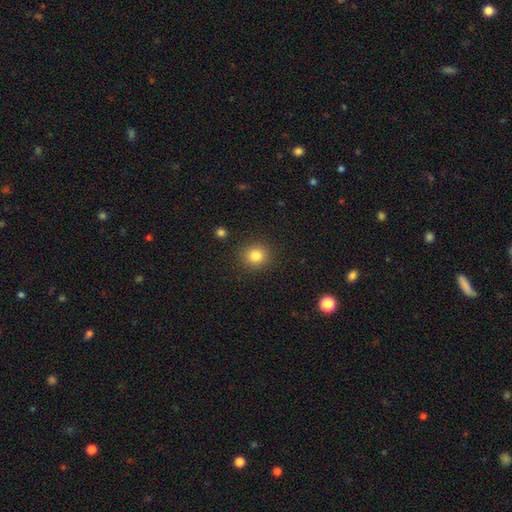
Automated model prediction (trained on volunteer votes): Morphology: type=smooth (82%); roundness=round (87%); merging=none (90%).